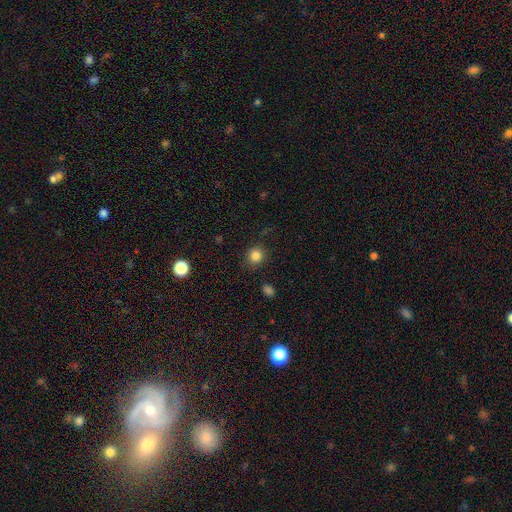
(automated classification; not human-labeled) This is clearly a smooth galaxy (83%). How rounded: clearly round (88%). Merging: clearly none (86%).